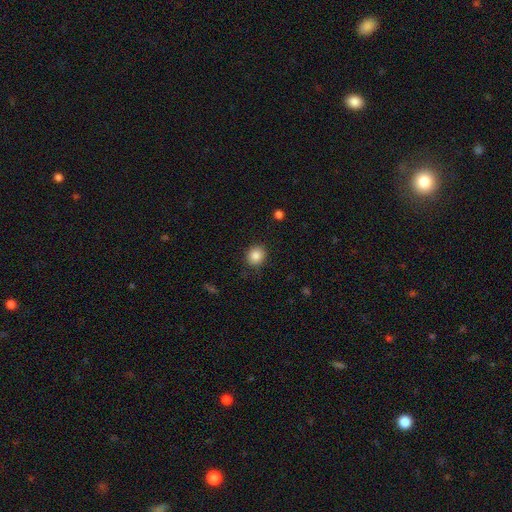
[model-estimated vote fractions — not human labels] Morphology: type=smooth (86%); roundness=round (77%); merging=none (87%).